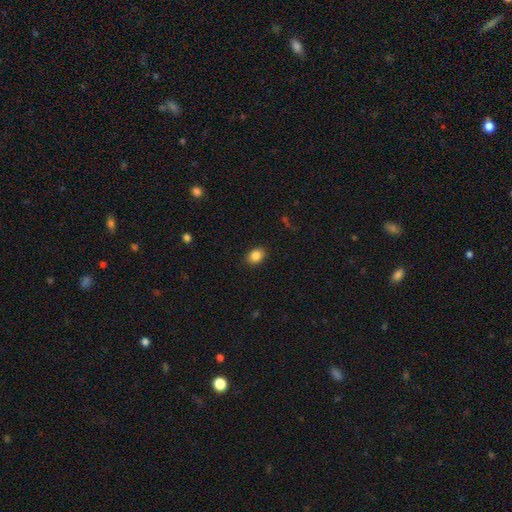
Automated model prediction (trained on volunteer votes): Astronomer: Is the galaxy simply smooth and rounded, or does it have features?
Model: smooth — 86%.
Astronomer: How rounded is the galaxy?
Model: in between — 66%.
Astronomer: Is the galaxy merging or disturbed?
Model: none — 88%.